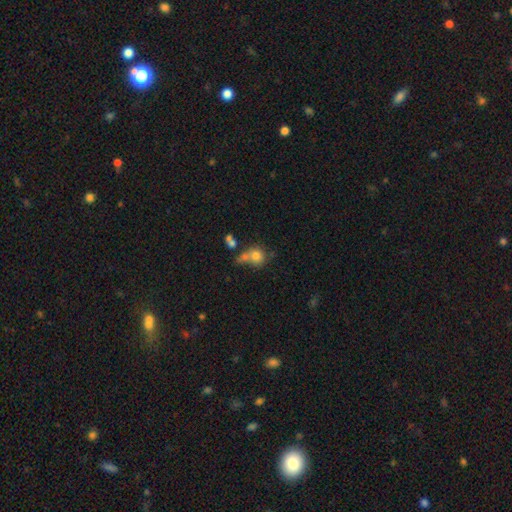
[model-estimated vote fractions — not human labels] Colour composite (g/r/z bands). It shows a smooth galaxy with no disk features (75%) that is round (77%). Merging: none (41%).